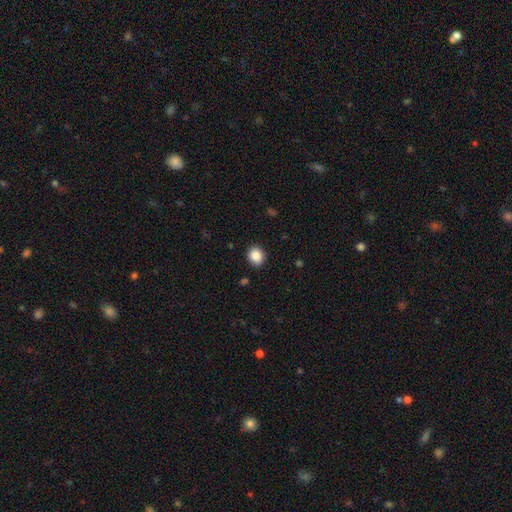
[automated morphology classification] The model was most divided on "how rounded": round: 66%, in between: 33%, cigar-shaped: 1%. More confident: merging — none (90%); smooth or featured — smooth (87%).